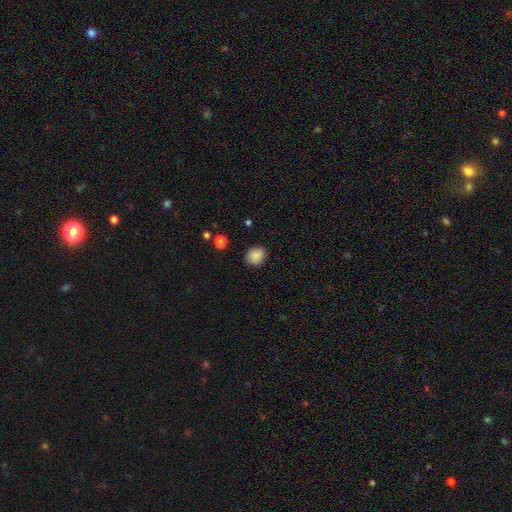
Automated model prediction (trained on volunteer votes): smooth_or_featured: smooth (p=0.87) [alt: star or artifact p=0.09]
how_rounded: round (p=0.71) [alt: in between p=0.28]
merging: none (p=0.87) [alt: minor disturbance p=0.09]